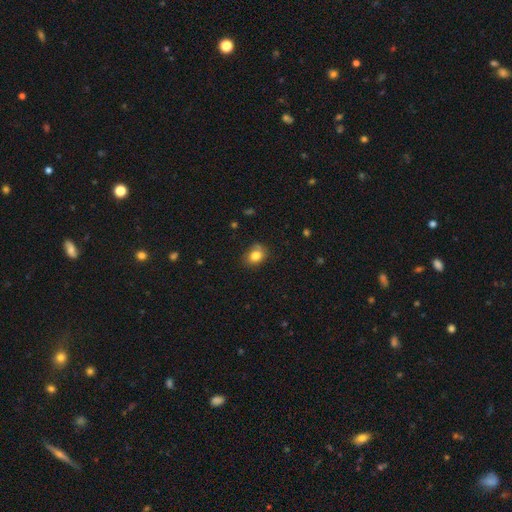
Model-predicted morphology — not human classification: Smooth or featured?
  - smooth: 81% *
  - star or artifact: 10%
  - featured or disk: 9%
How rounded?
  - in between: 55% *
  - round: 44%
  - cigar-shaped: 1%
Merging?
  - none: 71% *
  - minor disturbance: 22%
  - major disturbance: 5%
  - merger: 2%